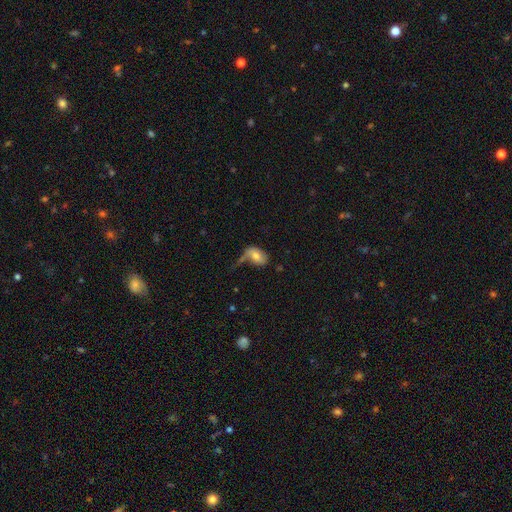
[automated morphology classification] Smooth or featured? smooth (58%)
How rounded? in between (89%)
Merging? none (33%)